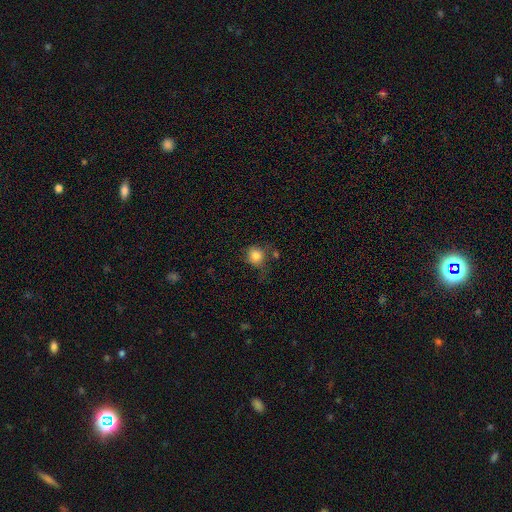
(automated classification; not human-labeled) The model was most divided on "merging": none: 55%, minor disturbance: 26%, major disturbance: 12%, merger: 7%. More confident: smooth or featured — smooth (83%); how rounded — round (82%).